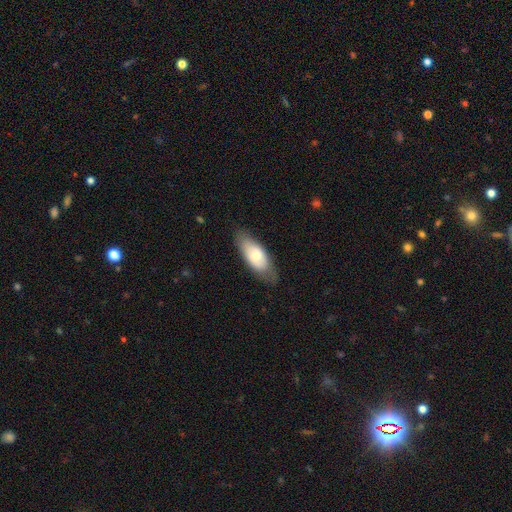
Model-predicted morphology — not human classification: A smooth galaxy with no disk features (68%) that is in between round and cigar-shaped (82%).

Vote fractions:
- Smooth or featured? smooth: 68% / featured or disk: 26% / star or artifact: 6%
- How rounded? in between: 82% / cigar-shaped: 16% / round: 2%
- Merging? none: 75% / minor disturbance: 19% / major disturbance: 5% / merger: 1%